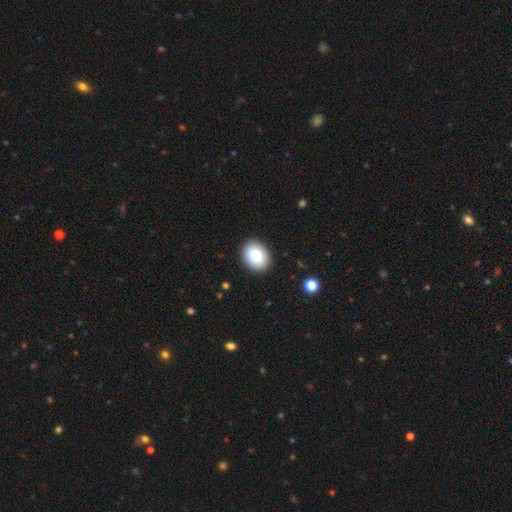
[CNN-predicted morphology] The model was most divided on "how rounded": in between: 64%, round: 35%, cigar-shaped: 1%. More confident: merging — none (90%); smooth or featured — smooth (85%).